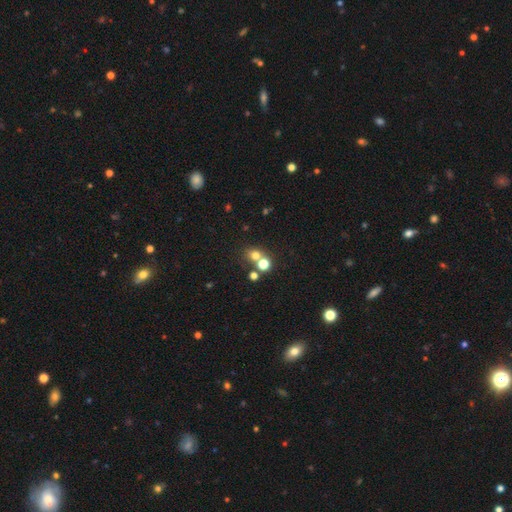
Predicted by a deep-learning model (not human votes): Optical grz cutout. It shows a smooth galaxy with no disk features (67%) that is round (76%). Merging: none (53%).